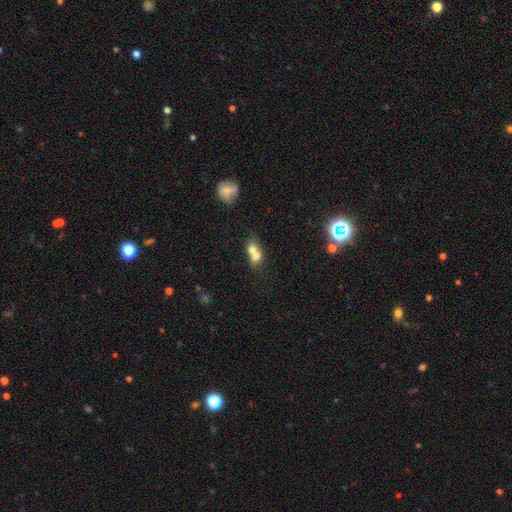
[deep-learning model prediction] smooth 68%, featured or disk 21%, star or artifact 10%. Down the decision tree: how rounded — in between (50%); merging — merger (72%).